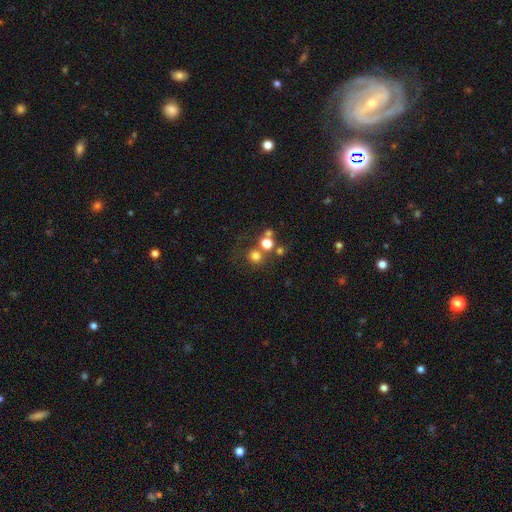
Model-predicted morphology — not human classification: smooth 72%, star or artifact 19%, featured or disk 10%. Down the decision tree: how rounded — round (90%); merging — none (61%).